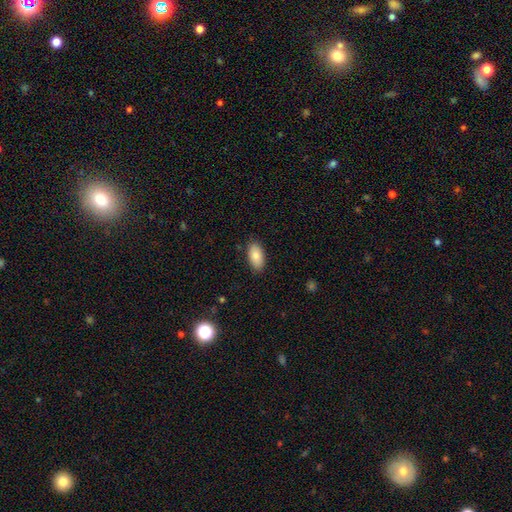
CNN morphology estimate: type=smooth (85%); roundness=in between (94%); merging=none (87%).